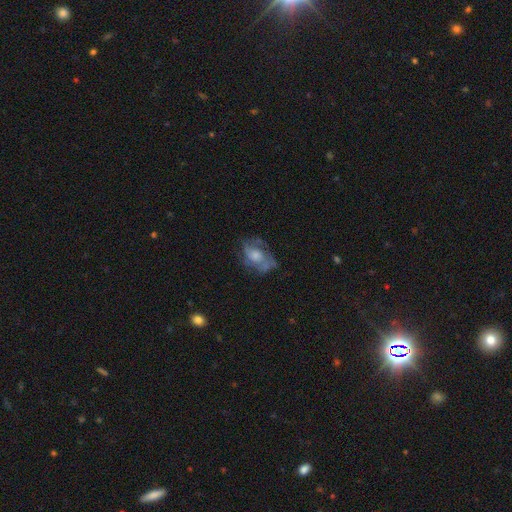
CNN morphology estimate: Smooth or featured: featured or disk — 65% (smooth — 27%)
Edge-on disk: no — 96% (yes — 4%)
Bar: no — 76% (weak — 20%)
Spiral arms: yes — 71% (no — 29%)
Bulge size: moderate — 42% (small — 24%)
Merging: none — 55% (minor disturbance — 23%)